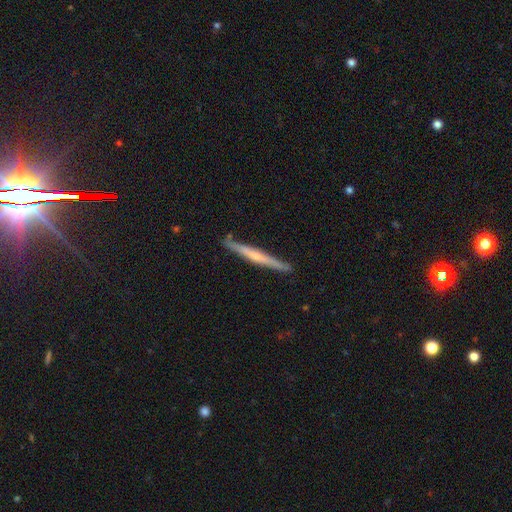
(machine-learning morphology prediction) Smooth or featured? Predicted: featured or disk (p=0.62). Edge-on disk? Predicted: yes (p=0.97). Edge-on bulge? Predicted: rounded (p=0.53). Merging? Predicted: none (p=0.89).